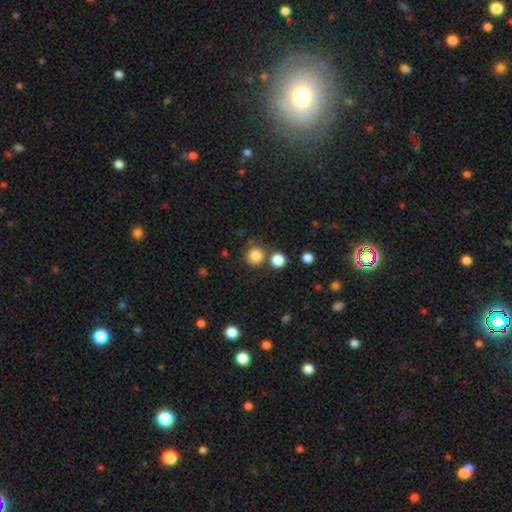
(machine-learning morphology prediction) Smooth or featured? smooth (84%)
How rounded? round (92%)
Merging? none (77%)